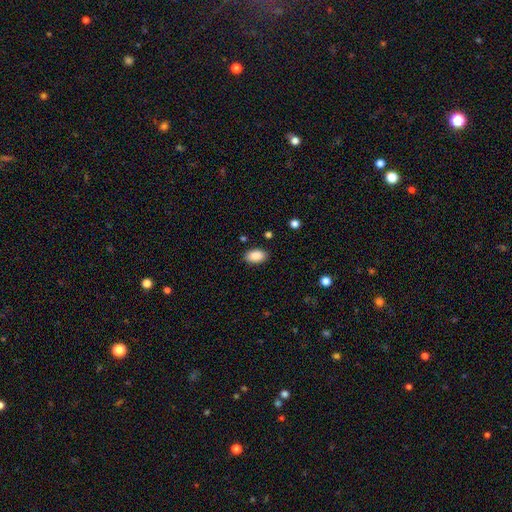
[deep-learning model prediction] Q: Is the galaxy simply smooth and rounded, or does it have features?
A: smooth — 89%.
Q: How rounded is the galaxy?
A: in between — 92%.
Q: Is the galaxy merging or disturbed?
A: none — 87%.